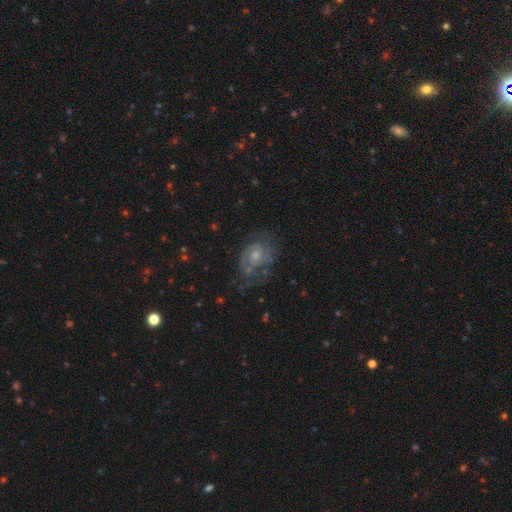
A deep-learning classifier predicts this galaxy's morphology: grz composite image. It shows a featured or disk galaxy (73%) with no bar (67%), 2 (63%) medium (43%) spiral arms (87%) and a moderate central bulge (47%). Merging: none (60%).